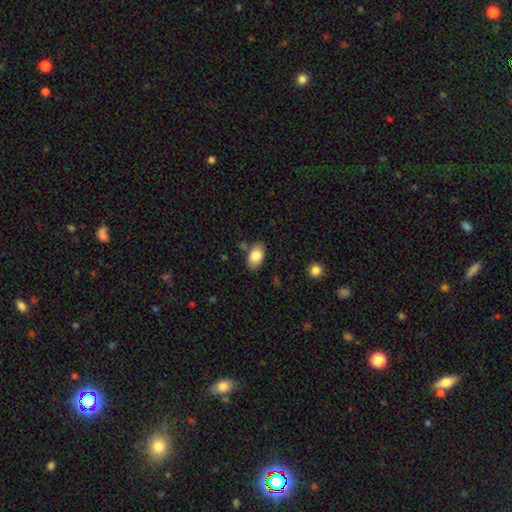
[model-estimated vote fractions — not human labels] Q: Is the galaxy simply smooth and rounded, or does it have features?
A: smooth — 83%.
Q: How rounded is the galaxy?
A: in between — 91%.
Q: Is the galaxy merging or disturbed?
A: none — 78%.